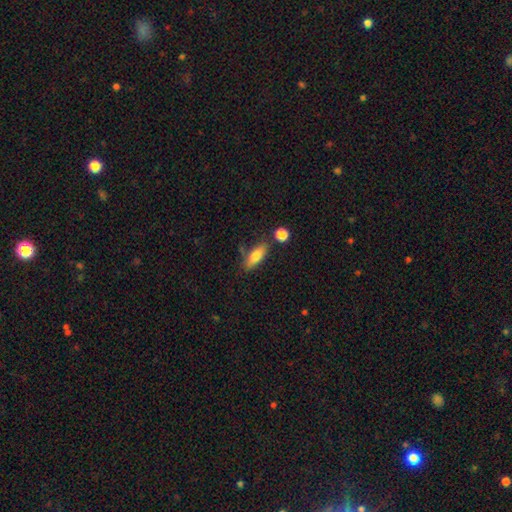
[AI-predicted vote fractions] A smooth galaxy with no disk features (74%) that is in between round and cigar-shaped (63%).

Vote fractions:
- Smooth or featured? smooth: 74% / featured or disk: 19% / star or artifact: 8%
- How rounded? in between: 63% / cigar-shaped: 34% / round: 3%
- Merging? none: 68% / minor disturbance: 18% / merger: 8% / major disturbance: 5%